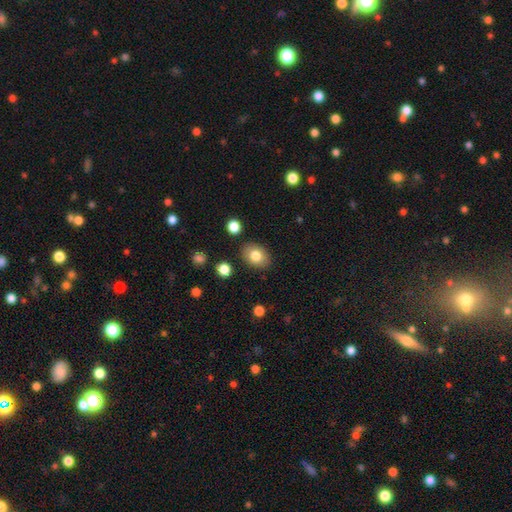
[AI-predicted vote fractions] A smooth galaxy with no disk features (80%) that is in between round and cigar-shaped (71%).

Vote fractions:
- Smooth or featured? smooth: 80% / featured or disk: 11% / star or artifact: 8%
- How rounded? in between: 71% / round: 28% / cigar-shaped: 1%
- Merging? none: 86% / minor disturbance: 10% / major disturbance: 2% / merger: 2%